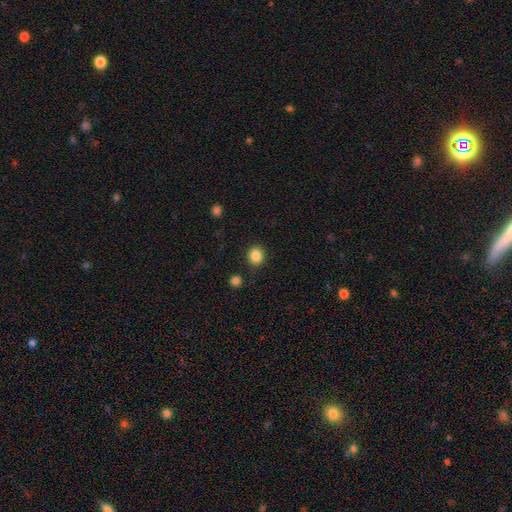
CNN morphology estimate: Smooth or featured? smooth (86%)
How rounded? round (76%)
Merging? none (88%)